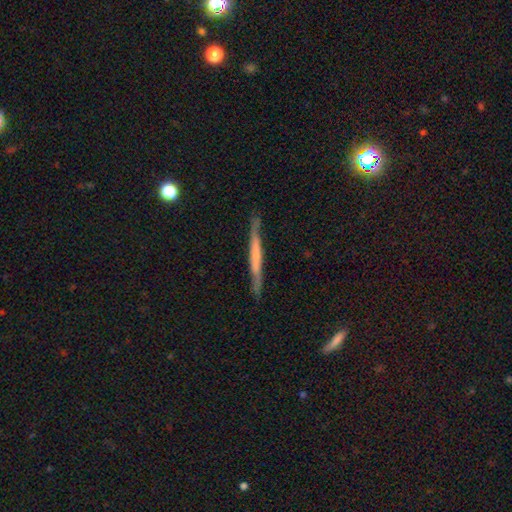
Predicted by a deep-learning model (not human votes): Smooth or featured? Predicted: featured or disk (p=0.56). Edge-on disk? Predicted: yes (p=0.94). Edge-on bulge? Predicted: none (p=0.69). Merging? Predicted: none (p=0.83).